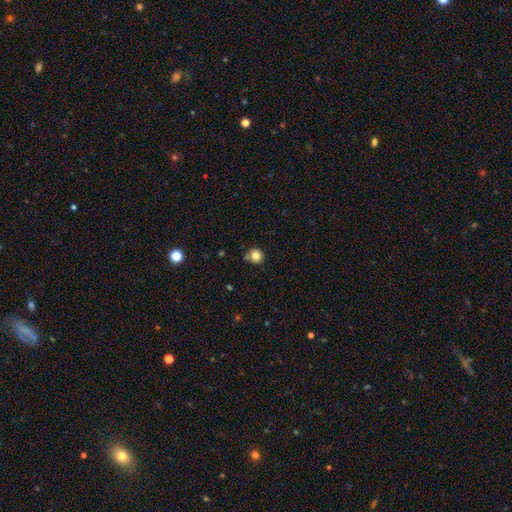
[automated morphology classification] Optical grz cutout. It shows a smooth galaxy with no disk features (82%) that is round (92%). Merging: none (73%).